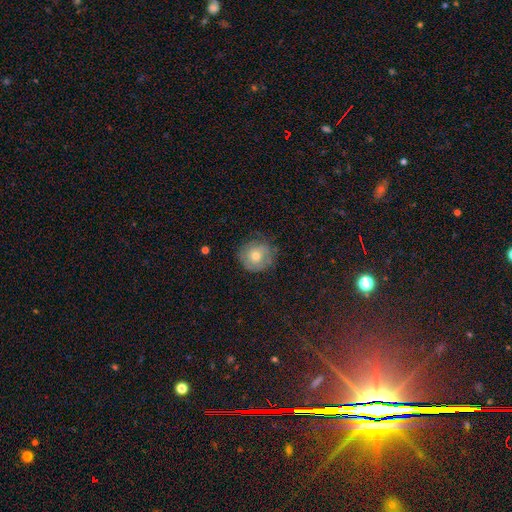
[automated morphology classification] Q: Smooth or featured?
A: smooth (53%); runner-up: featured or disk (35%)
Q: How rounded?
A: round (91%); runner-up: in between (8%)
Q: Merging?
A: none (76%); runner-up: minor disturbance (18%)